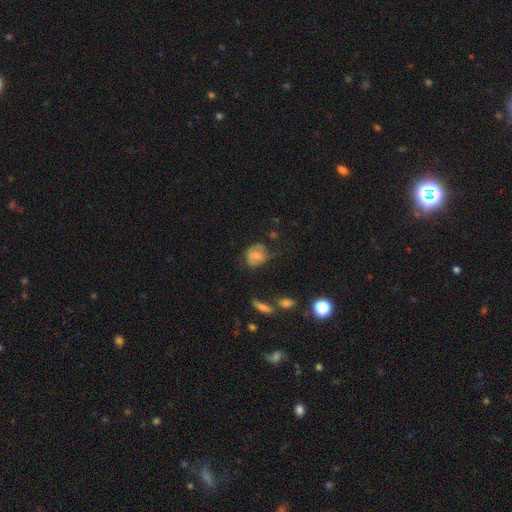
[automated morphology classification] A smooth galaxy with no disk features (59%) that is round (62%).

Vote fractions:
- Smooth or featured? smooth: 59% / featured or disk: 32% / star or artifact: 9%
- How rounded? round: 62% / in between: 37% / cigar-shaped: 1%
- Merging? none: 53% / minor disturbance: 30% / major disturbance: 14% / merger: 3%